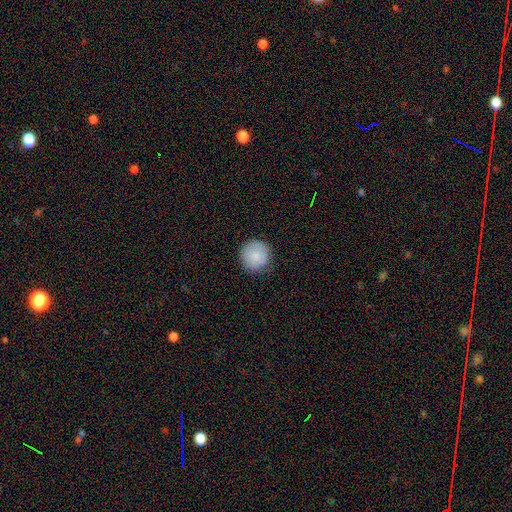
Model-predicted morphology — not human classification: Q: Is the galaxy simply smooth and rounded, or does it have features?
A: smooth — 87%.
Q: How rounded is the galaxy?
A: round — 94%.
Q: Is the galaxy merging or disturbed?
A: none — 86%.